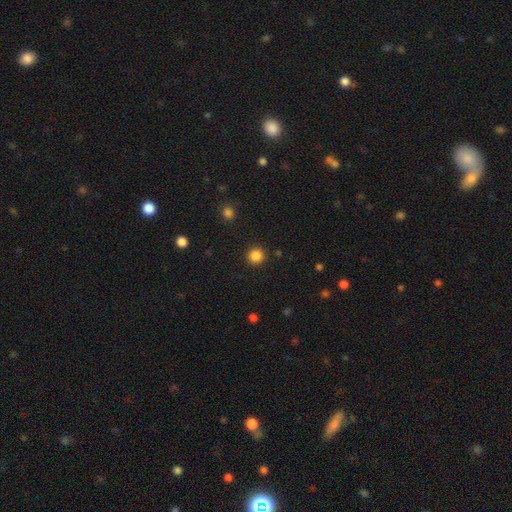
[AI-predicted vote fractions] Overall: smooth (85%). How rounded: round (94%). Merging: none (92%).